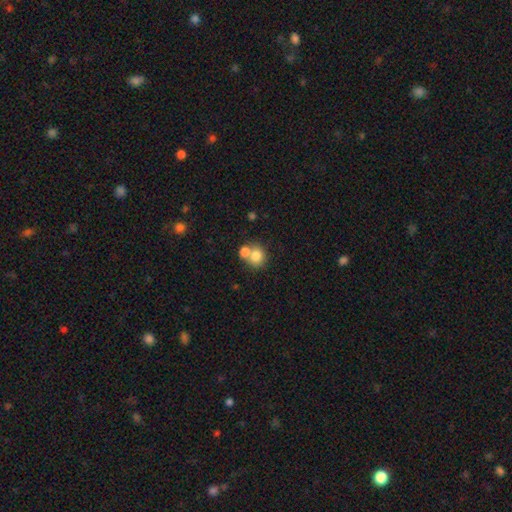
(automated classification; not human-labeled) smooth 78%, featured or disk 12%, star or artifact 10%. Down the decision tree: how rounded — round (74%); merging — merger (47%).